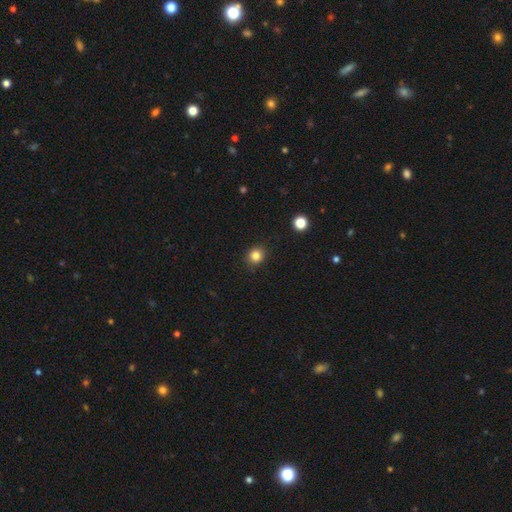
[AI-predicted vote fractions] Smooth or featured? Predicted: smooth (p=0.83). How rounded? Predicted: round (p=0.84). Merging? Predicted: none (p=0.89).